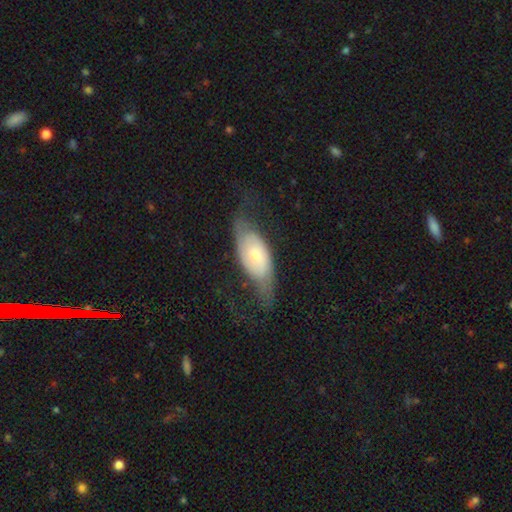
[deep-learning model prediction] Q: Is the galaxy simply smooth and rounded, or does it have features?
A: featured or disk — 62%.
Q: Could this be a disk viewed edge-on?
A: no — 87%.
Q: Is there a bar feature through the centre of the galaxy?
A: no — 70%.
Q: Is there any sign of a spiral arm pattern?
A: yes — 80%.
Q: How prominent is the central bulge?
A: moderate — 46%.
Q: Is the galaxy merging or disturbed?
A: none — 50%.